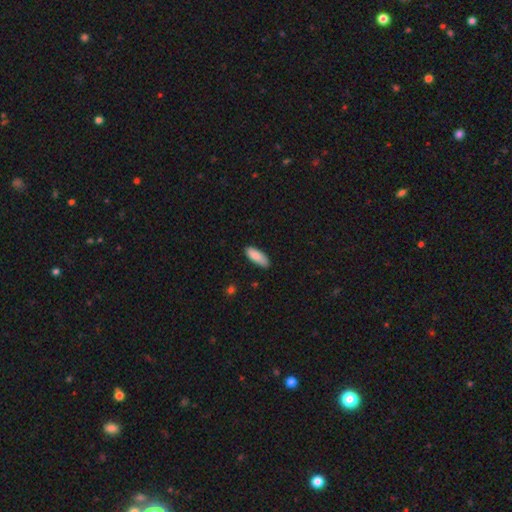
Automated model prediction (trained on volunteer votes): The model was most divided on "how rounded": in between: 71%, cigar-shaped: 28%, round: 2%. More confident: smooth or featured — smooth (87%); merging — none (82%).